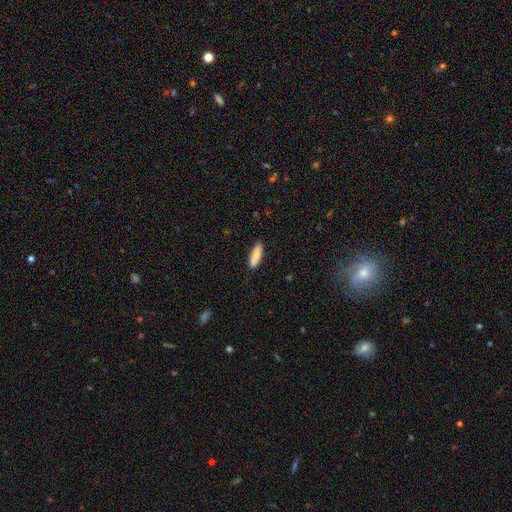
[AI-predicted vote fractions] A smooth galaxy with no disk features (81%) that is cigar-shaped (53%).

Vote fractions:
- Smooth or featured? smooth: 81% / featured or disk: 14% / star or artifact: 6%
- How rounded? cigar-shaped: 53% / in between: 45% / round: 2%
- Merging? none: 85% / minor disturbance: 11% / major disturbance: 2% / merger: 2%